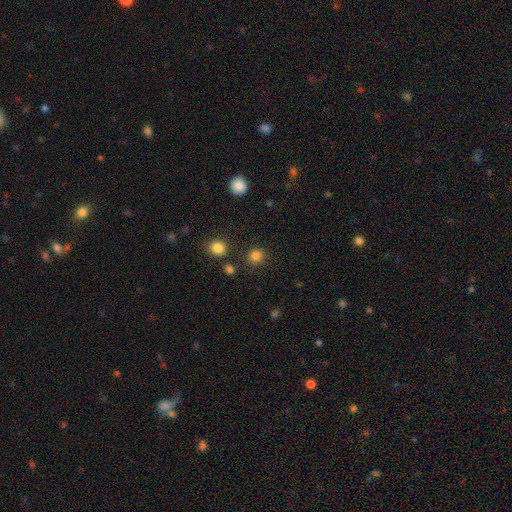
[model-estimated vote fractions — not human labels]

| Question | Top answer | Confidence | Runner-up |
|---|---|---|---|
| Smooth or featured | smooth | 83% | star or artifact (13%) |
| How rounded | round | 89% | in between (10%) |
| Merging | none | 86% | minor disturbance (7%) |